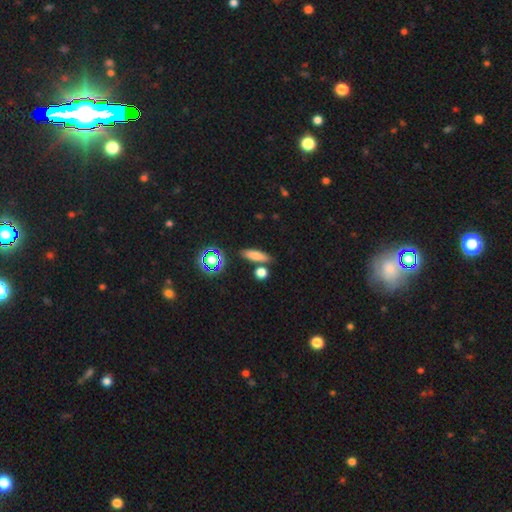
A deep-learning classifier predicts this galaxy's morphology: This appears to be a smooth galaxy with no disk features (74%) that is cigar-shaped (47%). Merging: none (77%).